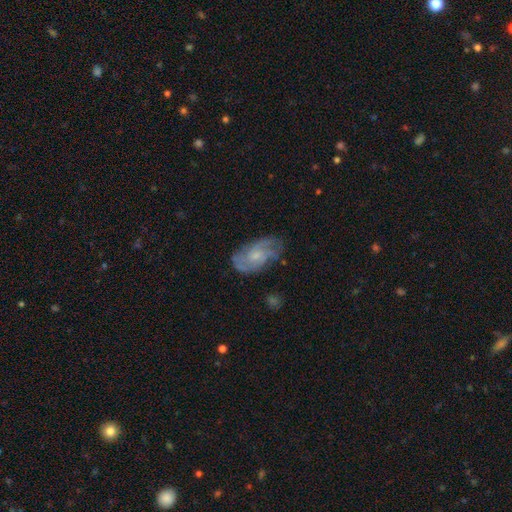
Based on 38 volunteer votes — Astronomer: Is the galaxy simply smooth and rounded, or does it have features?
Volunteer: featured or disk — 74%.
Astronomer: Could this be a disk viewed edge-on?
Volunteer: no — 100%.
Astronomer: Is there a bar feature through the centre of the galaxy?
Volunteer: no — 68%.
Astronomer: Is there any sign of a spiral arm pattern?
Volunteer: yes — 100%.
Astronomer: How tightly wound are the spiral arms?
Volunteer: tight — 46% (runner-up: medium, 39%).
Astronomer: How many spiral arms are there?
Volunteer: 4 — 61%.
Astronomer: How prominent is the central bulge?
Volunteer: moderate — 46% (runner-up: small, 43%).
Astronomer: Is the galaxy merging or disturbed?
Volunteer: none — 62%.